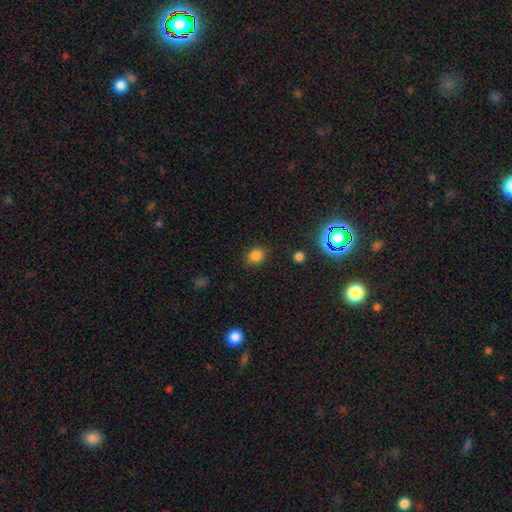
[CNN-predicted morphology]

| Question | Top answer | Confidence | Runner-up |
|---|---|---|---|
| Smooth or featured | smooth | 82% | star or artifact (14%) |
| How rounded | round | 68% | in between (31%) |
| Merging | none | 87% | minor disturbance (9%) |